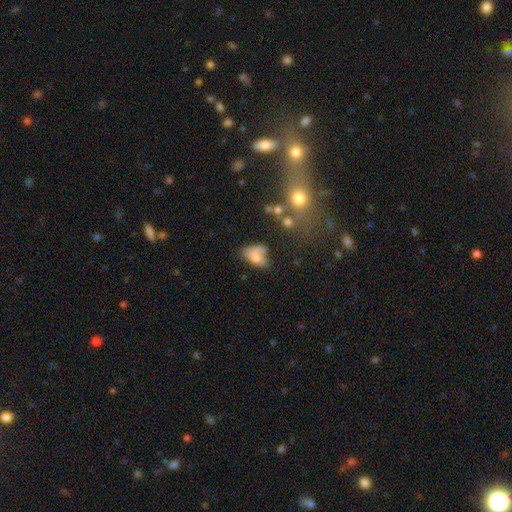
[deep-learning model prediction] Q: Smooth or featured?
A: smooth (66%); runner-up: featured or disk (23%)
Q: How rounded?
A: in between (86%); runner-up: round (11%)
Q: Merging?
A: none (30%); runner-up: minor disturbance (27%)